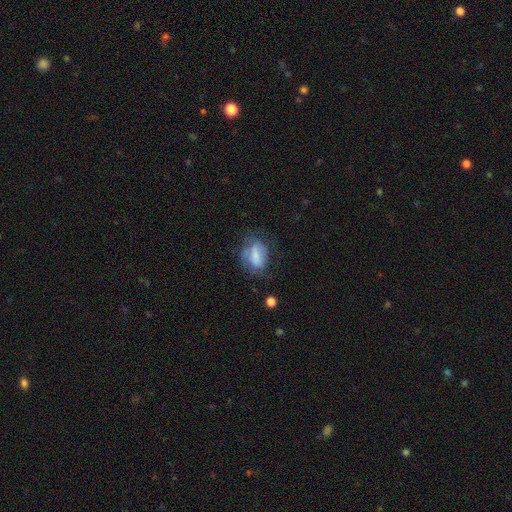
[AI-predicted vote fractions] Overall: smooth (61%; featured or disk 30%). How rounded: in between (78%). Merging: none (48%; minor disturbance 28%).